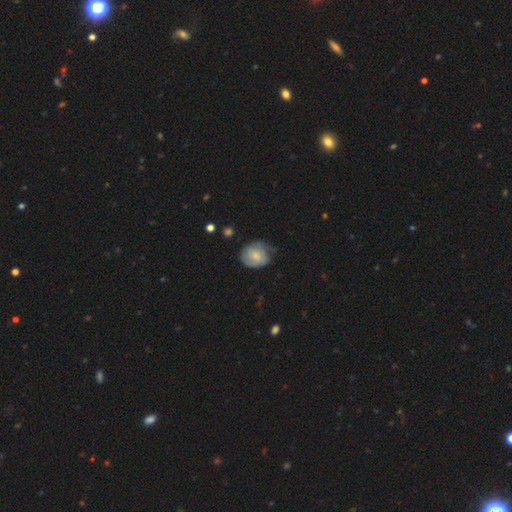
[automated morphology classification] A smooth galaxy with no disk features (55%) that is round (64%).

Vote fractions:
- Smooth or featured? smooth: 55% / featured or disk: 38% / star or artifact: 7%
- How rounded? round: 64% / in between: 35% / cigar-shaped: 1%
- Merging? none: 58% / minor disturbance: 30% / major disturbance: 10% / merger: 2%